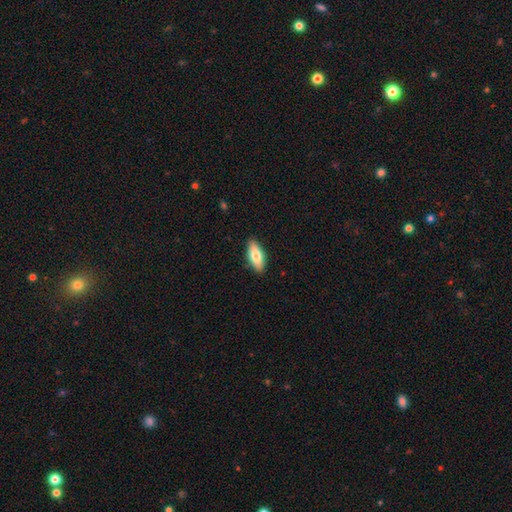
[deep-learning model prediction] Smooth or featured?
  - smooth: 77% *
  - featured or disk: 18%
  - star or artifact: 6%
How rounded?
  - in between: 80% *
  - cigar-shaped: 18%
  - round: 2%
Merging?
  - none: 89% *
  - minor disturbance: 9%
  - major disturbance: 2%
  - merger: 1%